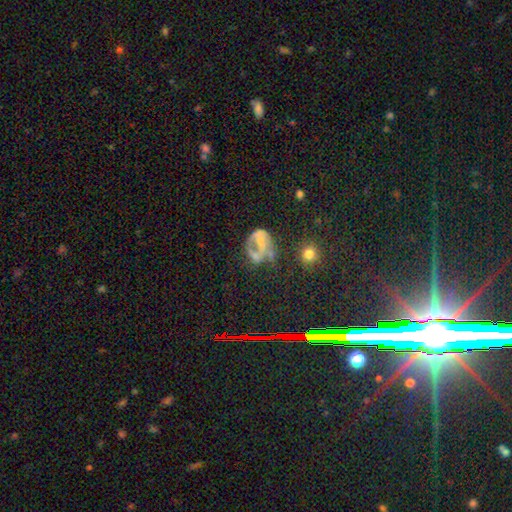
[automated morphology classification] Smooth or featured: featured or disk — 48% (smooth — 28%)
Merging: major disturbance — 36% (none — 30%)